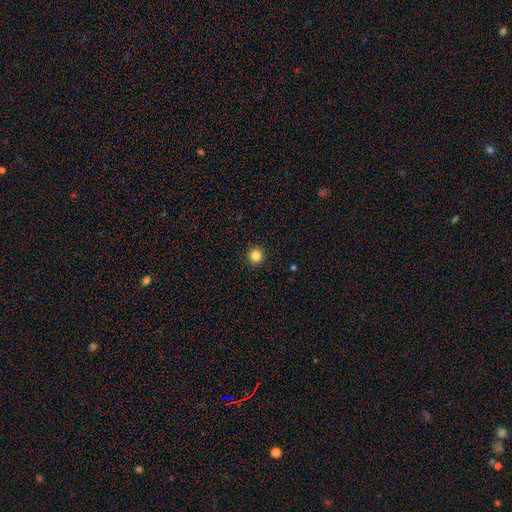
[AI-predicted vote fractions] smooth_or_featured: smooth (p=0.84) [alt: star or artifact p=0.12]
how_rounded: round (p=0.96) [alt: in between p=0.03]
merging: none (p=0.93) [alt: minor disturbance p=0.04]